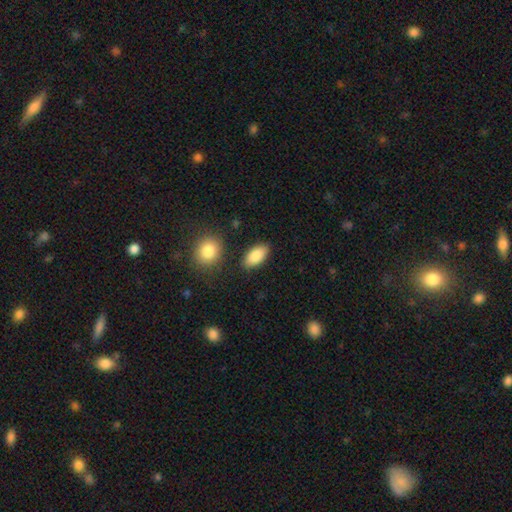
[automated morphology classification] Smooth or featured? smooth (87%)
How rounded? in between (93%)
Merging? none (85%)